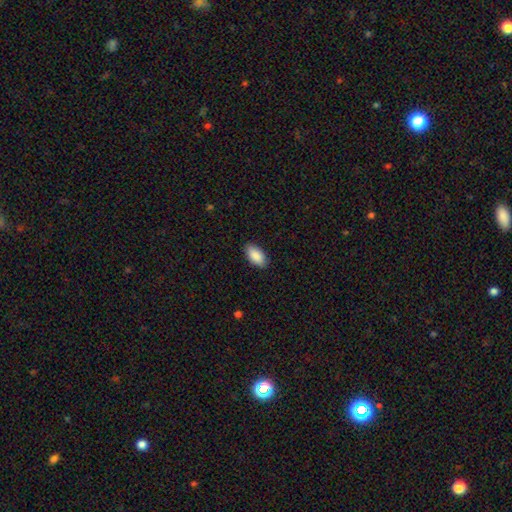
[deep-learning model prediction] This is clearly a smooth galaxy (90%). How rounded: clearly in between (94%). Merging: clearly none (89%).